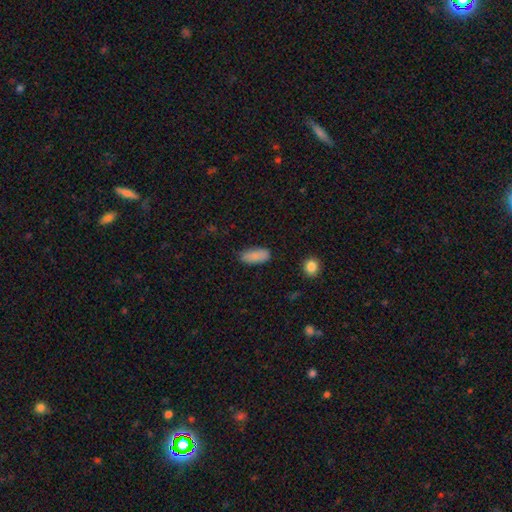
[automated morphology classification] Overall: smooth (87%). How rounded: in between (87%). Merging: none (80%).